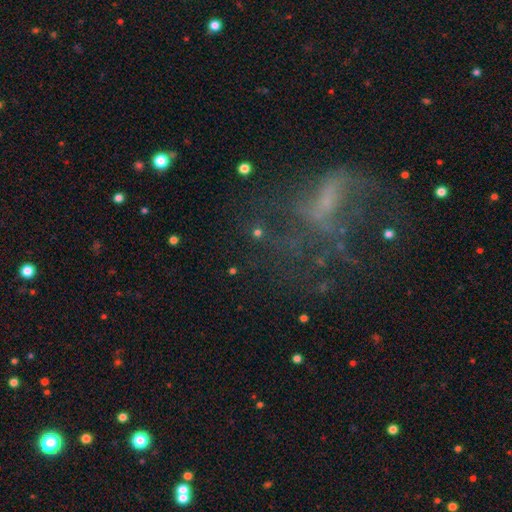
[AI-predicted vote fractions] Morphology: type=featured or disk (46%); merging=major disturbance (41%).